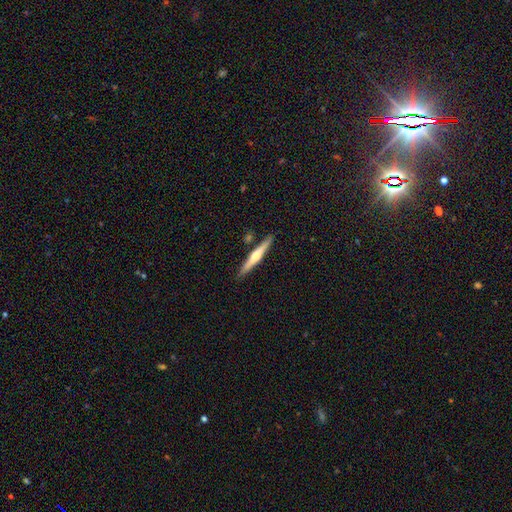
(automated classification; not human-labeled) Smooth or featured?
  - featured or disk: 62% *
  - smooth: 33%
  - star or artifact: 5%
Edge-on disk?
  - yes: 97% *
  - no: 3%
Edge-on bulge?
  - rounded: 86% *
  - none: 10%
  - boxy: 4%
Merging?
  - none: 87% *
  - minor disturbance: 8%
  - merger: 3%
  - major disturbance: 2%